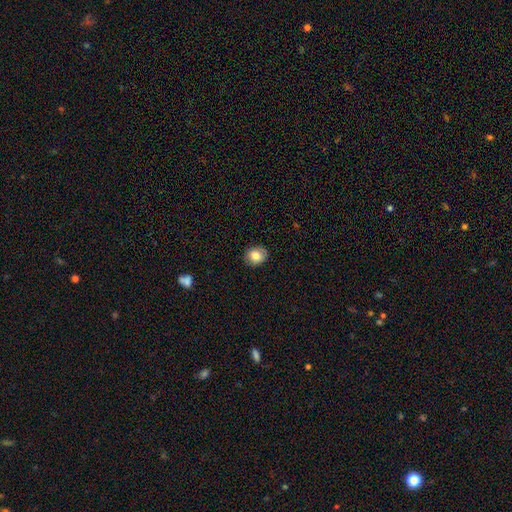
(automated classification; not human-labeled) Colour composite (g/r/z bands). It shows a smooth galaxy with no disk features (83%) that is round (60%). Merging: none (87%).